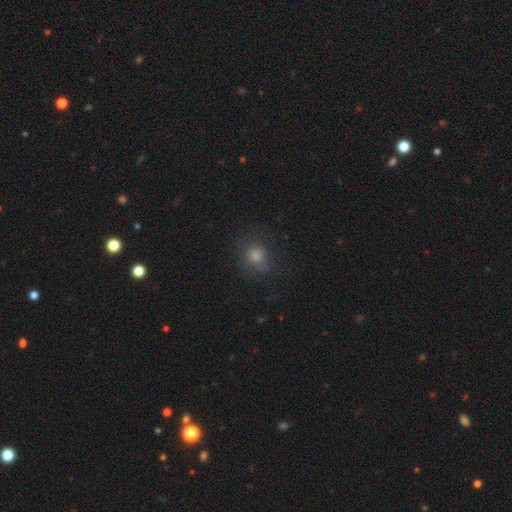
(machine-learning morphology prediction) This is likely a smooth galaxy (62%). How rounded: likely round (79%). Merging: likely none (72%).